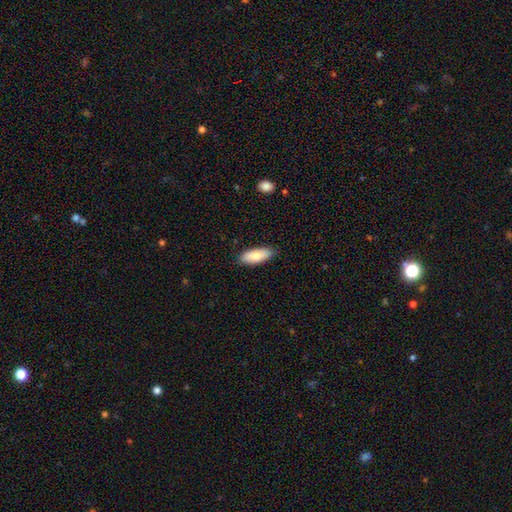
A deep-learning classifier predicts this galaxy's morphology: smooth 82%, featured or disk 12%, star or artifact 6%. Down the decision tree: how rounded — in between (78%); merging — none (87%).